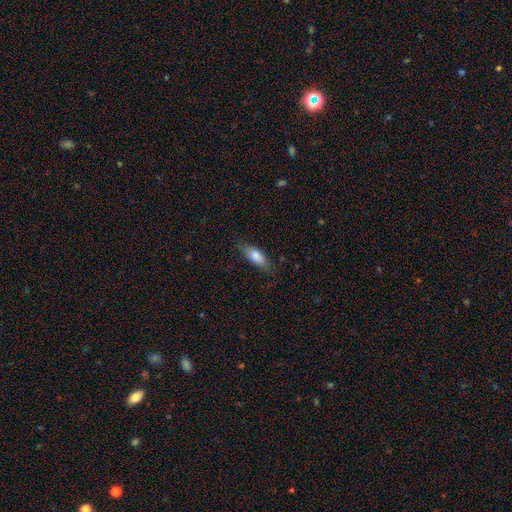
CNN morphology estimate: Smooth or featured? Predicted: smooth (p=0.80). How rounded? Predicted: in between (p=0.75). Merging? Predicted: none (p=0.77).